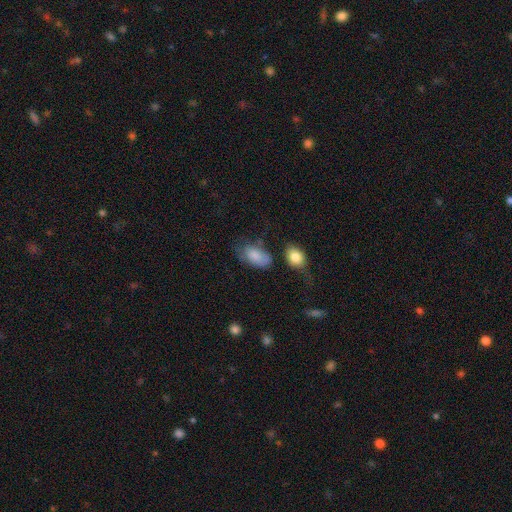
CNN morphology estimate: A smooth galaxy with no disk features (82%) that is in between round and cigar-shaped (93%).

Vote fractions:
- Smooth or featured? smooth: 82% / featured or disk: 11% / star or artifact: 7%
- How rounded? in between: 93% / round: 6% / cigar-shaped: 2%
- Merging? none: 43% / minor disturbance: 32% / major disturbance: 16% / merger: 9%